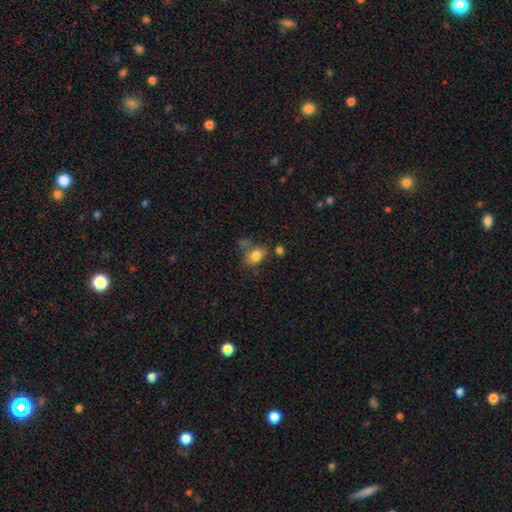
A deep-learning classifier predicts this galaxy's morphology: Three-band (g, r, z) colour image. It shows a smooth galaxy with no disk features (80%) that is in between round and cigar-shaped (78%). Merging: none (57%).